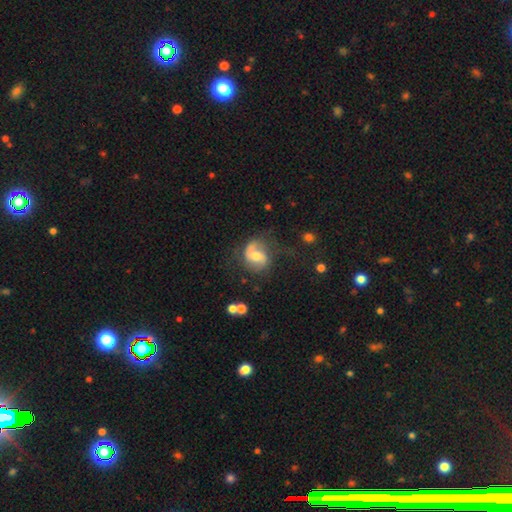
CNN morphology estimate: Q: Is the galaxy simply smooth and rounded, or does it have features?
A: featured or disk — 73%.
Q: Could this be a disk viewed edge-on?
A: no — 97%.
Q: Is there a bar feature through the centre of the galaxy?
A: no — 44%.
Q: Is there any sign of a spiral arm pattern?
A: yes — 92%.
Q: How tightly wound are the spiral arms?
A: medium — 46%.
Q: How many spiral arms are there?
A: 2 — 85%.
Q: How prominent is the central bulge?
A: moderate — 66%.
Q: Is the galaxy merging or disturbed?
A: none — 63%.